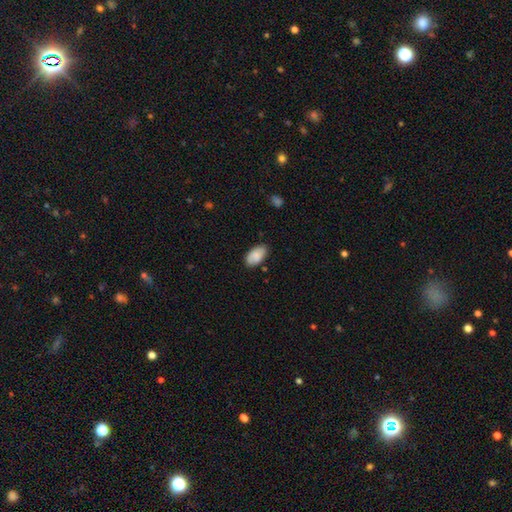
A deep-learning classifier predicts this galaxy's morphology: Q: Smooth or featured?
A: smooth (79%); runner-up: featured or disk (15%)
Q: How rounded?
A: in between (95%); runner-up: round (4%)
Q: Merging?
A: none (78%); runner-up: minor disturbance (17%)